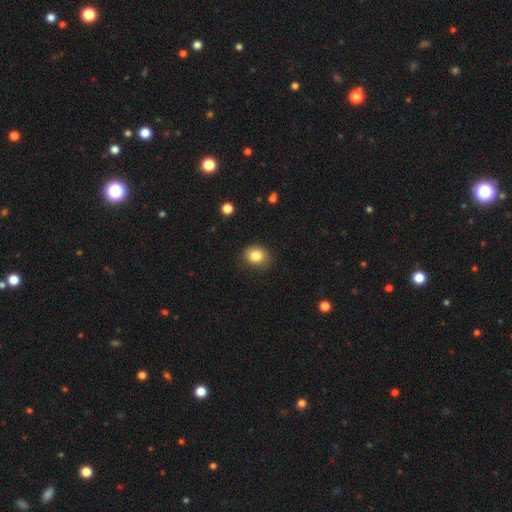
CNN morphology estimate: This is clearly a smooth galaxy (83%). How rounded: likely round (62%). Merging: clearly none (82%).